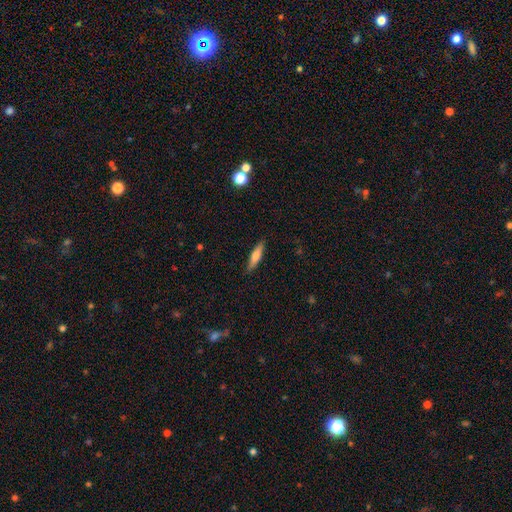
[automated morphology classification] Smooth or featured: smooth — 62% (featured or disk — 32%)
How rounded: cigar-shaped — 79% (in between — 20%)
Merging: none — 88% (minor disturbance — 9%)